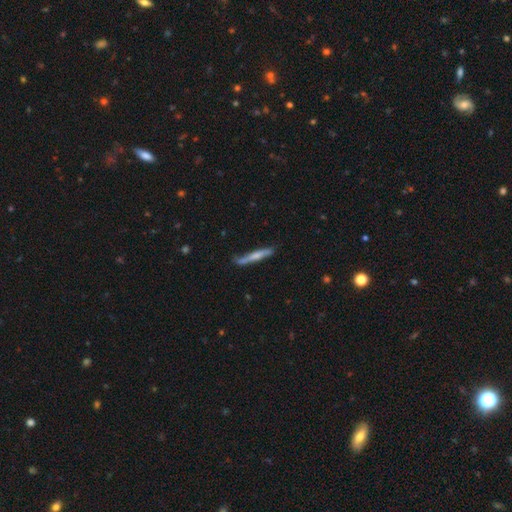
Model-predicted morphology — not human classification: Smooth or featured? smooth (52%)
How rounded? cigar-shaped (95%)
Merging? none (73%)